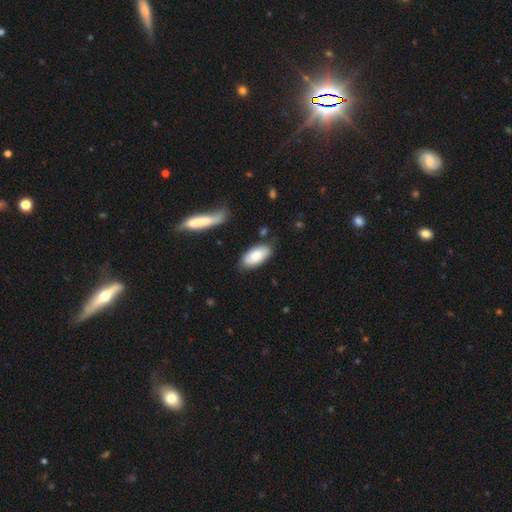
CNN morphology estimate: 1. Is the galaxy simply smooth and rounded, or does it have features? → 82% smooth, 13% featured or disk, 6% star or artifact.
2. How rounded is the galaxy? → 91% in between, 7% cigar-shaped, 2% round.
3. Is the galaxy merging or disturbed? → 79% none, 14% minor disturbance, 4% merger, 3% major disturbance.